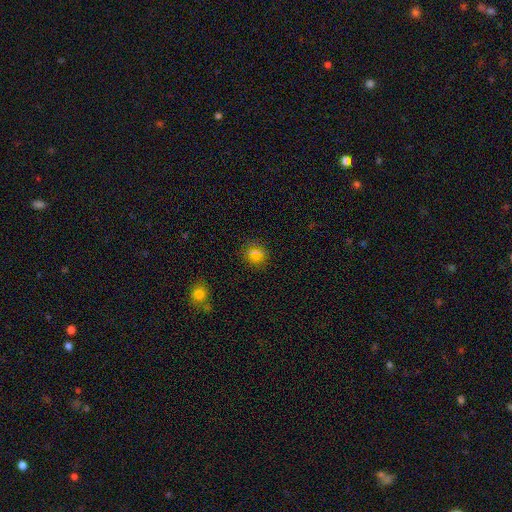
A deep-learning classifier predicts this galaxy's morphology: Q: Smooth or featured?
A: smooth (66%); runner-up: star or artifact (27%)
Q: How rounded?
A: round (83%); runner-up: in between (15%)
Q: Merging?
A: none (86%); runner-up: minor disturbance (8%)